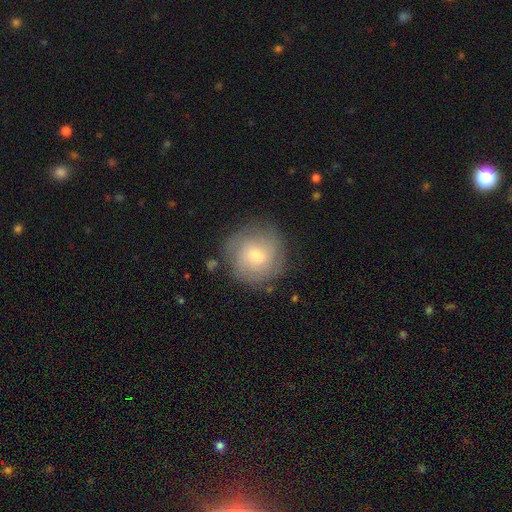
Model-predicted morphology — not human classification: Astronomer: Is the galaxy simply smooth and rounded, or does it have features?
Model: smooth — 47% (runner-up: featured or disk, 43%).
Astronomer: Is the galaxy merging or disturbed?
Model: none — 80%.